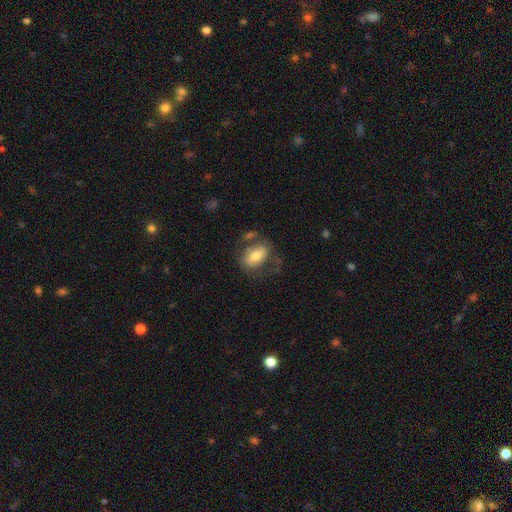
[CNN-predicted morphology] This is likely a smooth galaxy (63%). How rounded: clearly in between (85%). Merging: possibly none (49%).